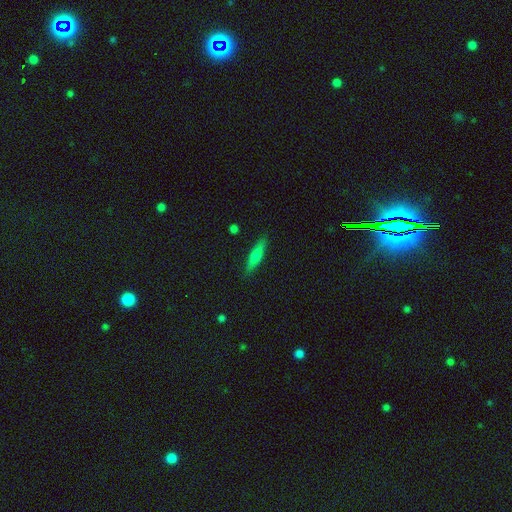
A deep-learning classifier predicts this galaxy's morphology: Overall: smooth (66%; featured or disk 27%). How rounded: cigar-shaped (78%). Merging: none (88%).